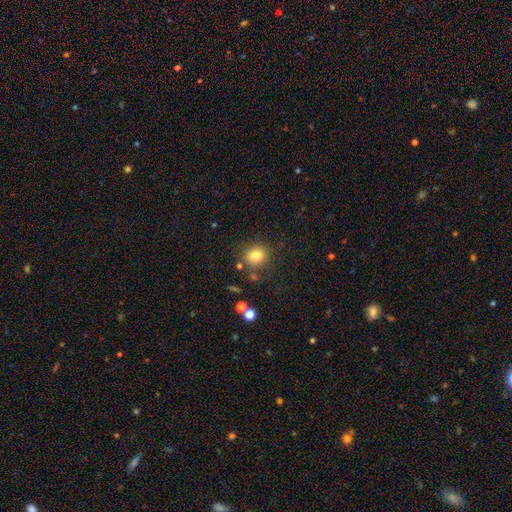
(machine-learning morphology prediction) type=smooth (80%); roundness=round (78%); merging=none (79%).